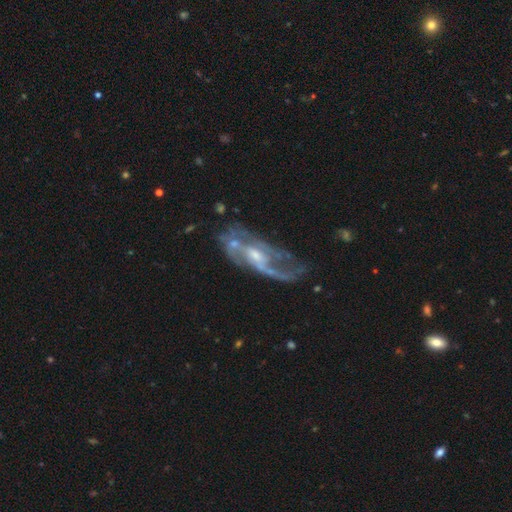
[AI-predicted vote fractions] Smooth or featured? featured or disk (81%)
Edge-on disk? no (90%)
Bar? no (44%)
Spiral arms? yes (80%)
Spiral winding? loose (45%)
Spiral arm count? 2 (43%)
Bulge size? small (45%)
Merging? none (41%)